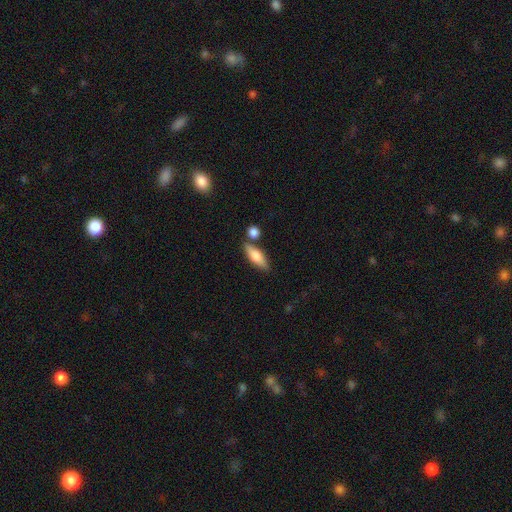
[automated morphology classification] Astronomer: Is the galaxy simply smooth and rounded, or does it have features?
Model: smooth — 68%.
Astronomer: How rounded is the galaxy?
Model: in between — 58% (runner-up: cigar-shaped, 38%).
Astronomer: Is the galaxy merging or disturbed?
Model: none — 71%.